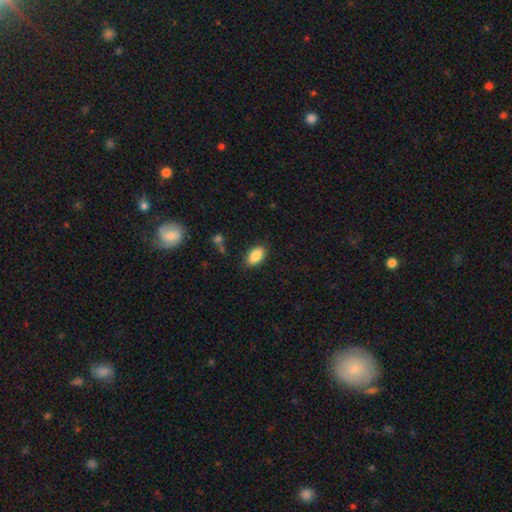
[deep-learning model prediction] Smooth or featured? smooth (87%)
How rounded? in between (92%)
Merging? none (87%)